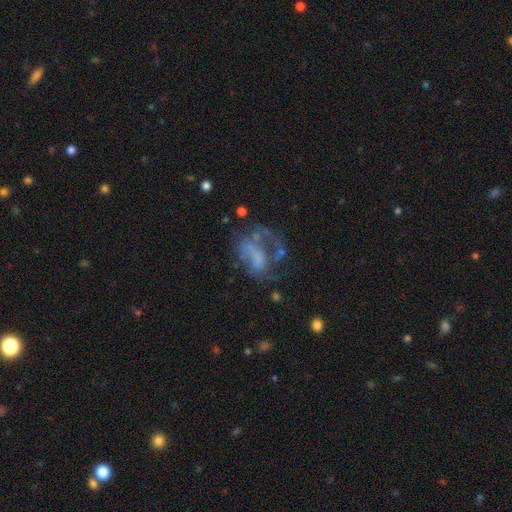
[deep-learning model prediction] Smooth or featured? Predicted: featured or disk (p=0.62). Edge-on disk? Predicted: no (p=0.98). Bar? Predicted: no (p=0.72). Spiral arms? Predicted: no (p=0.61). Bulge size? Predicted: none (p=0.63). Merging? Predicted: major disturbance (p=0.43).